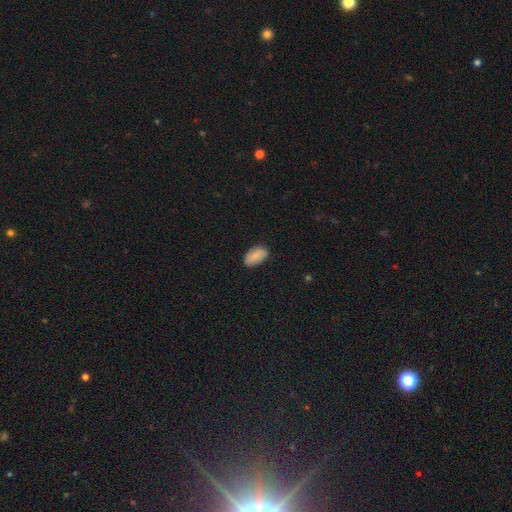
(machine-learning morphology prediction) type=smooth (82%); roundness=in between (94%); merging=none (81%).